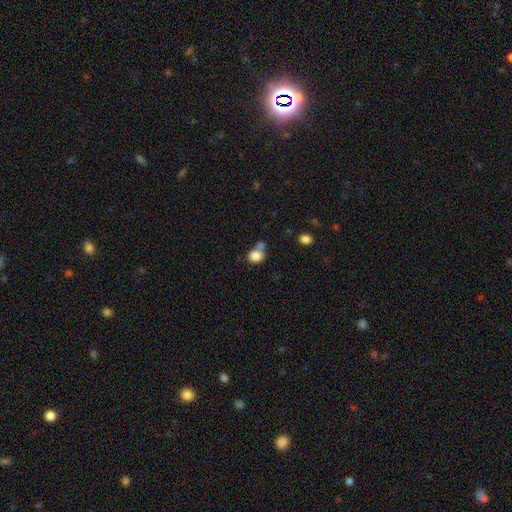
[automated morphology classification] The model was most divided on "merging": none: 49%, merger: 35%, minor disturbance: 11%, major disturbance: 4%. More confident: smooth or featured — smooth (84%); how rounded — round (66%).